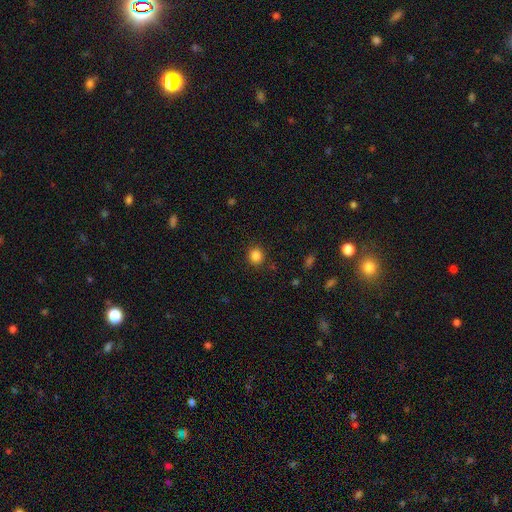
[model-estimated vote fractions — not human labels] smooth_or_featured: smooth (p=0.85) [alt: star or artifact p=0.11]
how_rounded: round (p=0.85) [alt: in between p=0.14]
merging: none (p=0.87) [alt: minor disturbance p=0.09]